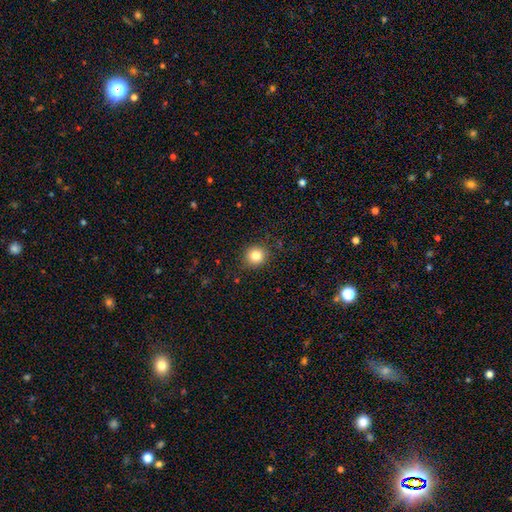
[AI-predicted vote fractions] The model was most divided on "smooth or featured": smooth: 82%, star or artifact: 11%, featured or disk: 7%. More confident: how rounded — round (88%); merging — none (88%).